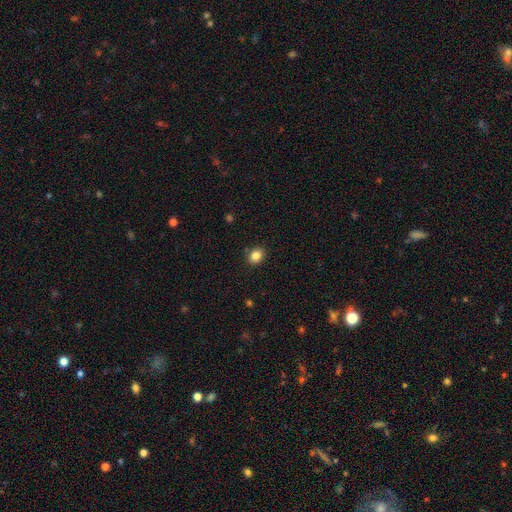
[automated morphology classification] type=smooth (85%); roundness=round (62%); merging=none (88%).